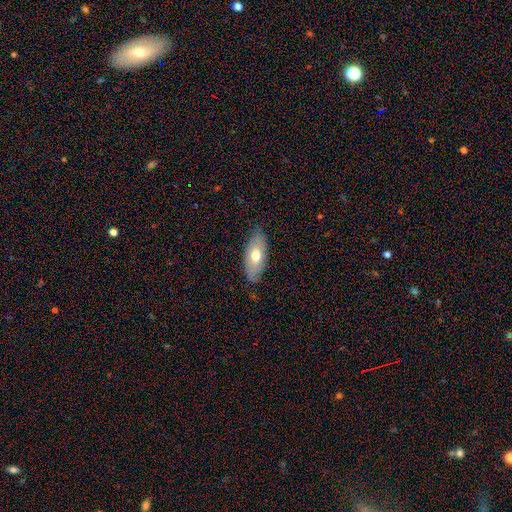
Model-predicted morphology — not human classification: A smooth galaxy with no disk features (60%) that is in between round and cigar-shaped (87%).

Vote fractions:
- Smooth or featured? smooth: 60% / featured or disk: 33% / star or artifact: 6%
- How rounded? in between: 87% / cigar-shaped: 10% / round: 3%
- Merging? none: 79% / minor disturbance: 16% / major disturbance: 3% / merger: 1%